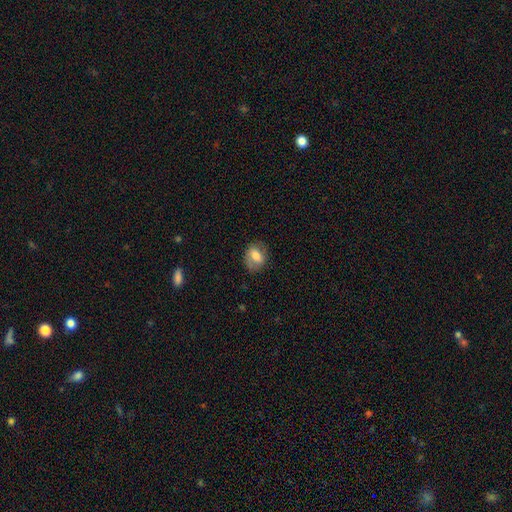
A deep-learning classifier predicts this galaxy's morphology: The model was most divided on "how rounded": in between: 65%, round: 34%, cigar-shaped: 2%. More confident: merging — none (74%); smooth or featured — smooth (66%).